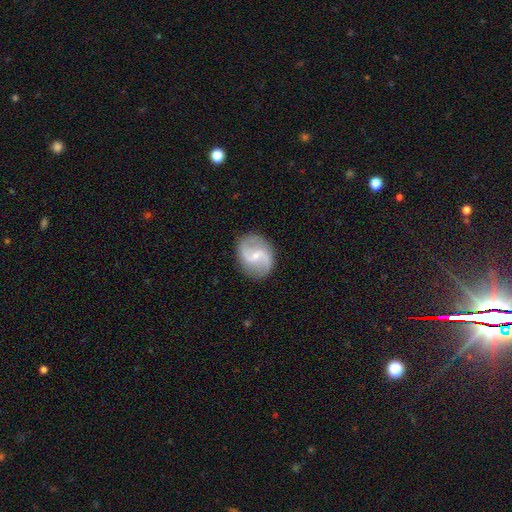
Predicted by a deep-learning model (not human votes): Q: Smooth or featured?
A: featured or disk (84%); runner-up: smooth (11%)
Q: Edge-on disk?
A: no (98%); runner-up: yes (2%)
Q: Bar?
A: weak (52%); runner-up: no (28%)
Q: Spiral arms?
A: yes (95%); runner-up: no (5%)
Q: Spiral winding?
A: loose (51%); runner-up: medium (39%)
Q: Spiral arm count?
A: 2 (93%); runner-up: can't tell (3%)
Q: Bulge size?
A: small (67%); runner-up: moderate (27%)
Q: Merging?
A: none (85%); runner-up: minor disturbance (10%)